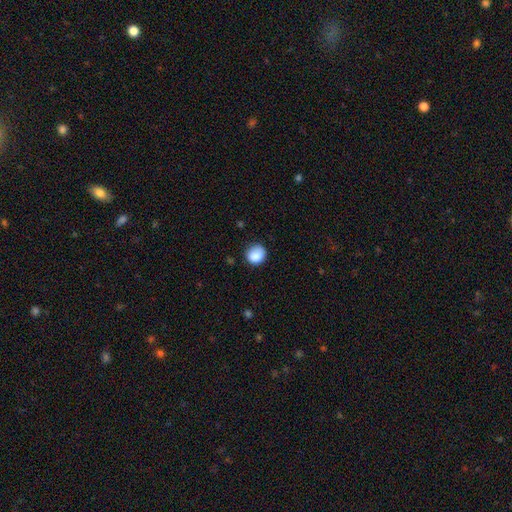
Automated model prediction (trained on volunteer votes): Smooth or featured? smooth (87%)
How rounded? round (84%)
Merging? none (77%)